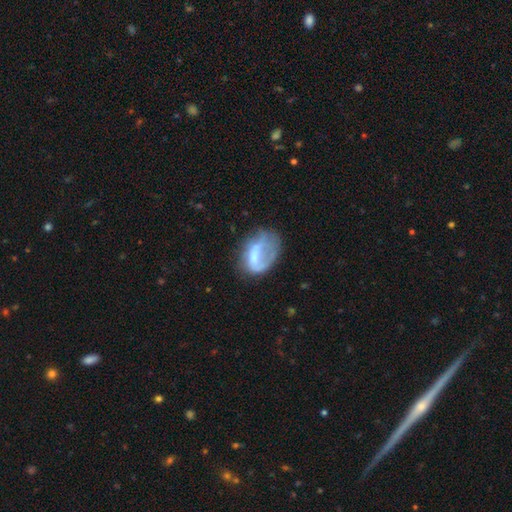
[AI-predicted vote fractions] Smooth or featured? Predicted: smooth (p=0.49). Merging? Predicted: major disturbance (p=0.38).